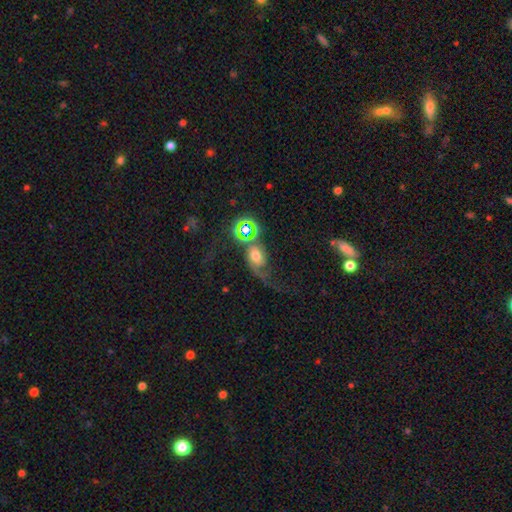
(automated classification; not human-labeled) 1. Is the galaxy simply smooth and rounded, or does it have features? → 55% featured or disk, 29% smooth, 16% star or artifact.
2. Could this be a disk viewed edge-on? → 95% no, 5% yes.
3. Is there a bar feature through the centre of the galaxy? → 69% no, 23% weak, 8% strong.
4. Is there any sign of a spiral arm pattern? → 83% yes, 17% no.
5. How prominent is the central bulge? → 52% moderate, 22% large, 16% small, 6% dominant, 4% none.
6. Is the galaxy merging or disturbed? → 36% major disturbance, 30% none, 20% merger, 15% minor disturbance.